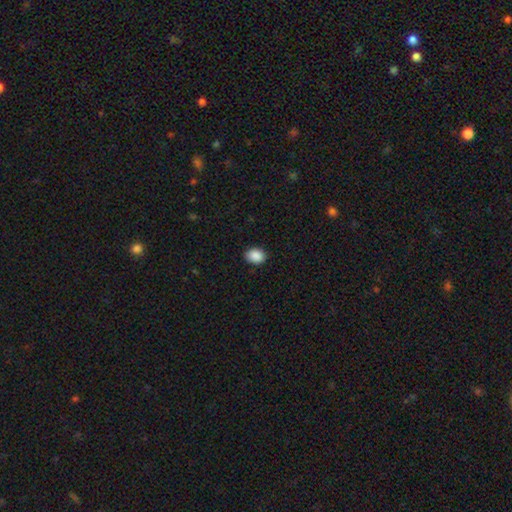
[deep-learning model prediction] Morphology: type=smooth (89%); roundness=in between (65%); merging=none (87%).